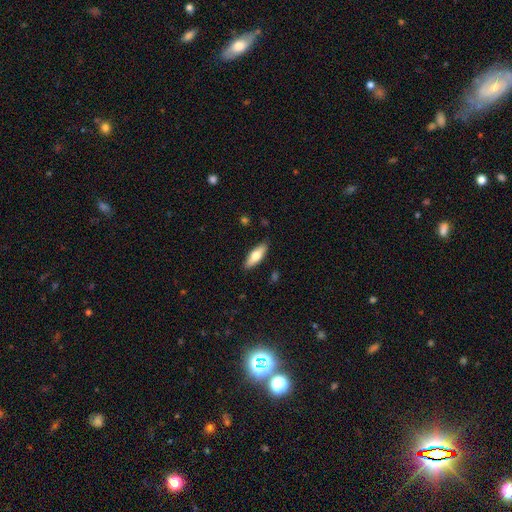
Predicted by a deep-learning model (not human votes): Q: Smooth or featured?
A: smooth (65%); runner-up: featured or disk (29%)
Q: How rounded?
A: in between (61%); runner-up: cigar-shaped (37%)
Q: Merging?
A: none (88%); runner-up: minor disturbance (9%)